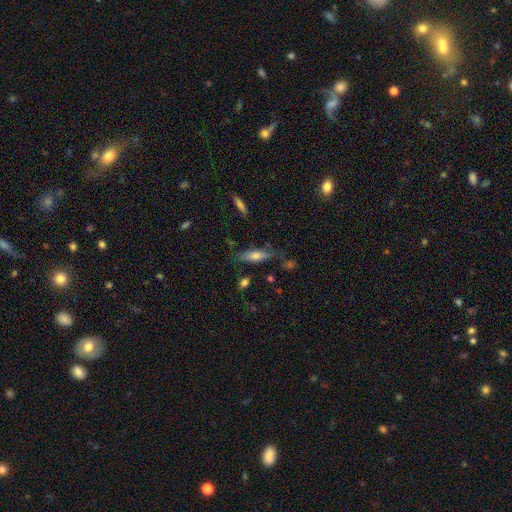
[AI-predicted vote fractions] Smooth or featured? Predicted: smooth (p=0.63). How rounded? Predicted: cigar-shaped (p=0.50). Merging? Predicted: none (p=0.68).